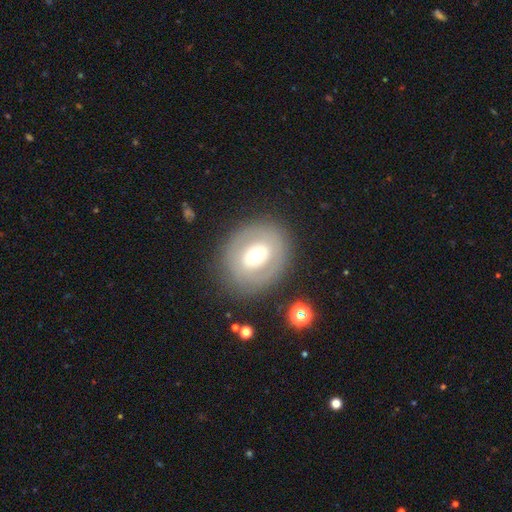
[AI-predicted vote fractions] Smooth or featured?
  - featured or disk: 50% *
  - smooth: 42%
  - star or artifact: 8%
Edge-on disk?
  - no: 94% *
  - yes: 6%
Merging?
  - none: 81% *
  - minor disturbance: 11%
  - major disturbance: 6%
  - merger: 2%